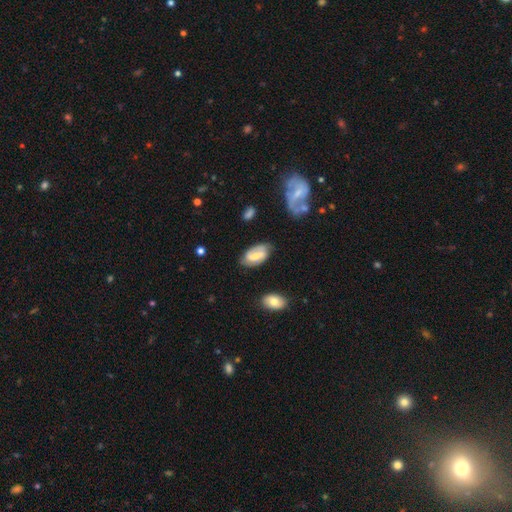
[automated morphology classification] A featured or disk galaxy (67%) with a weak bar (47%), 2 (81%) medium (43%) spiral arms (87%) and a small central bulge (44%).

Vote fractions:
- Smooth or featured? featured or disk: 67% / smooth: 26% / star or artifact: 6%
- Edge-on disk? no: 95% / yes: 5%
- Bar? weak: 47% / strong: 35% / no: 18%
- Spiral arms? yes: 87% / no: 13%
- Spiral winding? medium: 43% / tight: 31% / loose: 26%
- Spiral arm count? 2: 81% / can't tell: 11% / 1: 5% / 3: 1% / 4: 1% / more than 4: 1%
- Bulge size? small: 44% / moderate: 43% / none: 8% / large: 4% / dominant: 1%
- Merging? none: 73% / minor disturbance: 19% / major disturbance: 6% / merger: 3%